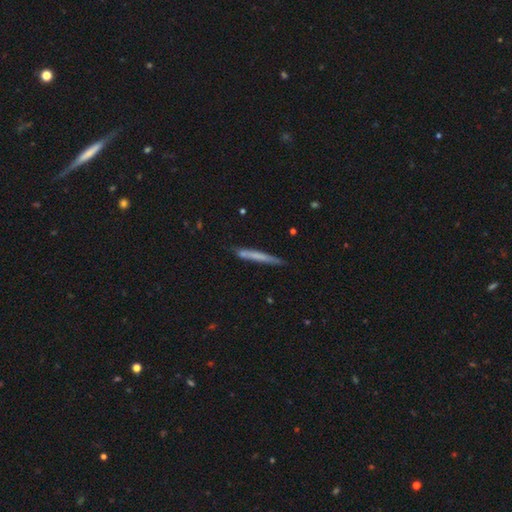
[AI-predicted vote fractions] This is likely a smooth galaxy (60%). How rounded: clearly cigar-shaped (96%). Merging: likely none (79%).